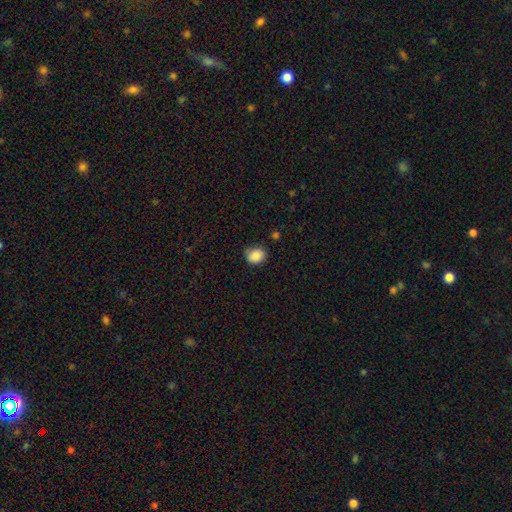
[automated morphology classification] Smooth or featured: smooth — 88% (star or artifact — 9%)
How rounded: round — 62% (in between — 37%)
Merging: none — 75% (minor disturbance — 20%)